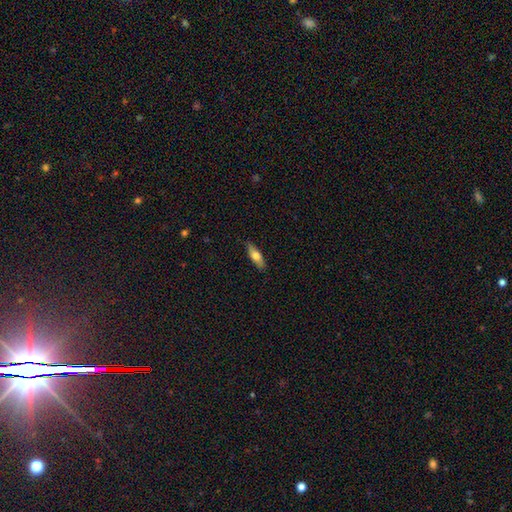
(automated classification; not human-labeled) Morphology: type=smooth (64%); roundness=cigar-shaped (49%, tied with in between); merging=none (87%).